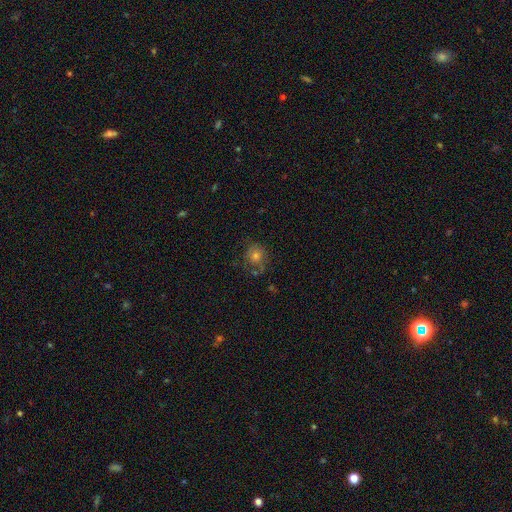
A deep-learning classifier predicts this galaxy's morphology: type=smooth (55%); roundness=round (82%); merging=none (67%).